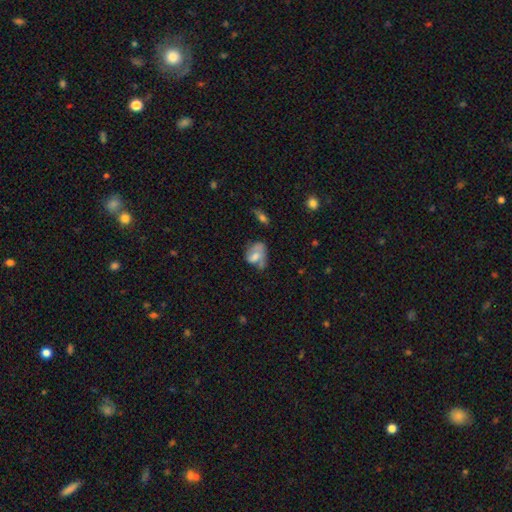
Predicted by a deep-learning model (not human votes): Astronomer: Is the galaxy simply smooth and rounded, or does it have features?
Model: smooth — 55% (runner-up: featured or disk, 36%).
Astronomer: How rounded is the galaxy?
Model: in between — 72%.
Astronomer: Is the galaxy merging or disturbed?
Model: minor disturbance — 30%, tied with none at 30%.